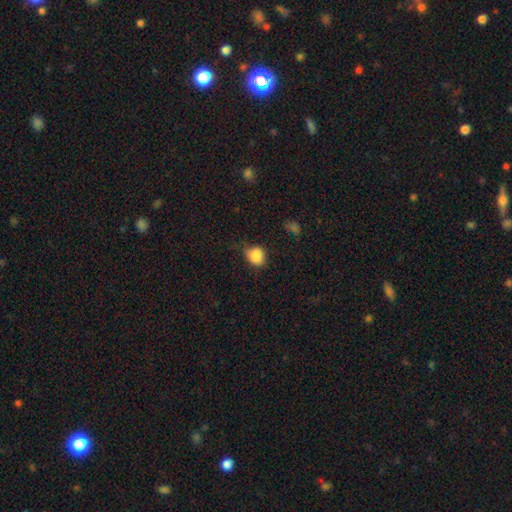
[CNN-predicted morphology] This is clearly a smooth galaxy (85%). How rounded: possibly round (53%). Merging: possibly none (55%).